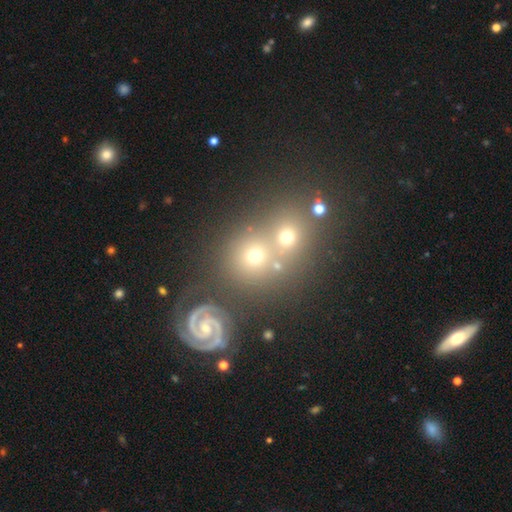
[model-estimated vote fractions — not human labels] This appears to be a featured or disk galaxy (42%). Merging: none (65%).